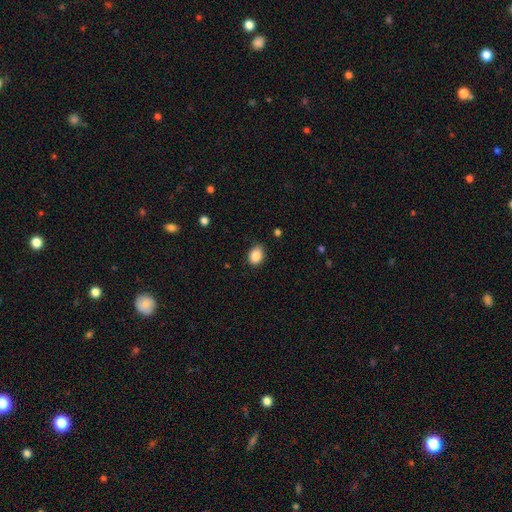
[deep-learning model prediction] Overall: smooth (87%). How rounded: in between (68%; round 31%). Merging: none (79%).